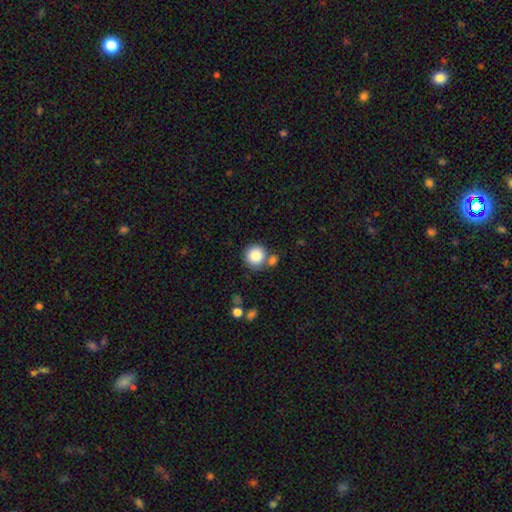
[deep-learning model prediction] smooth 85%, star or artifact 9%, featured or disk 6%. Down the decision tree: how rounded — round (92%); merging — none (67%).